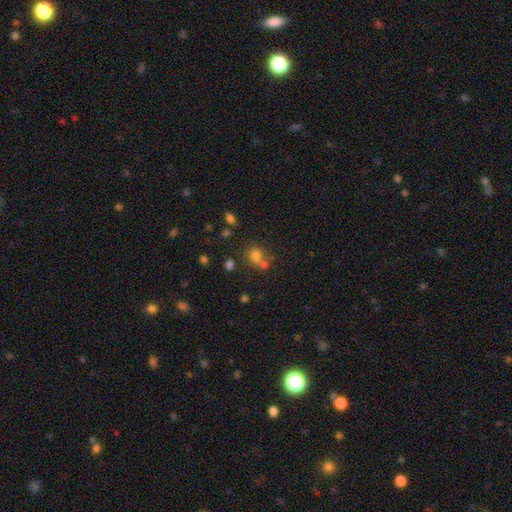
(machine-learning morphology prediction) This appears to be a smooth galaxy with no disk features (71%) that is round (71%). Merging: none (48%).